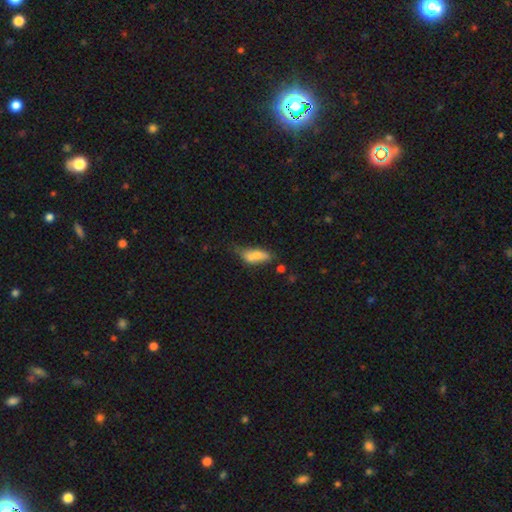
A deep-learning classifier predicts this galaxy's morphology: smooth-or-featured: smooth: 63% | featured or disk: 28% | star or artifact: 9%
  how-rounded: in between: 73% | cigar-shaped: 23% | round: 4%
  merging: merger: 32% (tied) | none: 32% (tied) | minor disturbance: 23% | major disturbance: 13%